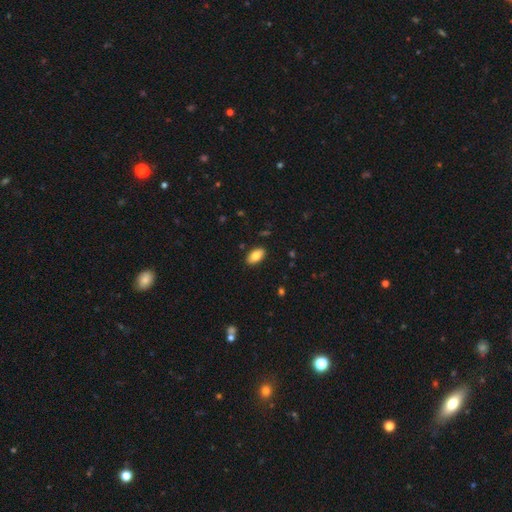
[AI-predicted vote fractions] This is clearly a smooth galaxy (82%). How rounded: clearly in between (93%). Merging: clearly none (88%).